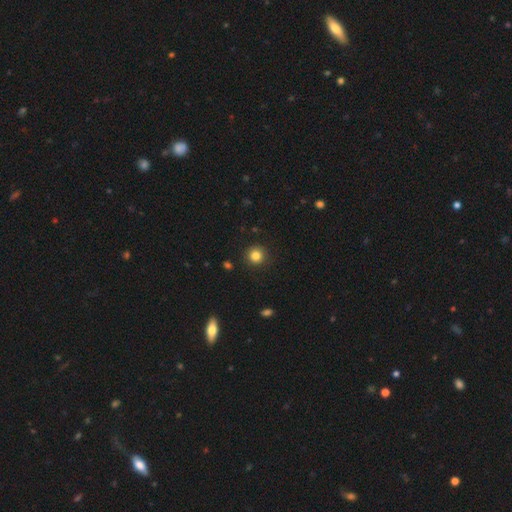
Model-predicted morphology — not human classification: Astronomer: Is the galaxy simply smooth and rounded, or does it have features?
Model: smooth — 83%.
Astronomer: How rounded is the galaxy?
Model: round — 94%.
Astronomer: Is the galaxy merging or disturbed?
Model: none — 91%.